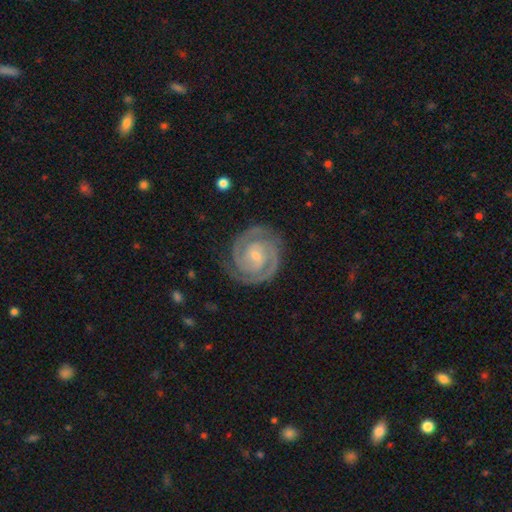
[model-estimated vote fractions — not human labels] Smooth or featured? Predicted: featured or disk (p=0.92). Edge-on disk? Predicted: no (p=0.98). Bar? Predicted: no (p=0.49). Spiral arms? Predicted: yes (p=0.99). Spiral winding? Predicted: tight (p=0.79). Spiral arm count? Predicted: 2 (p=0.86). Bulge size? Predicted: small (p=0.72). Merging? Predicted: none (p=0.84).